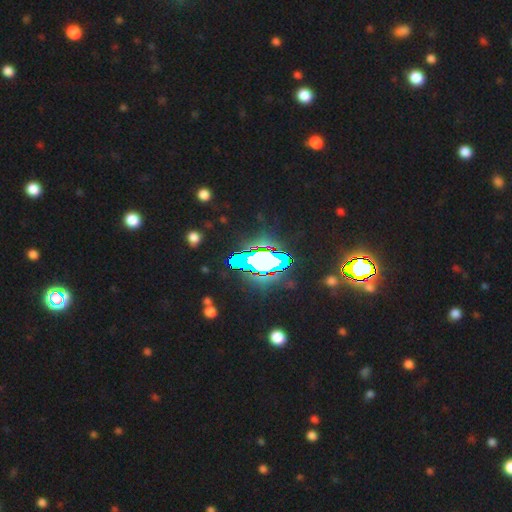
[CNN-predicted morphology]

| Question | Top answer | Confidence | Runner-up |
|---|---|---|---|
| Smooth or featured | star or artifact | 83% | smooth (9%) |